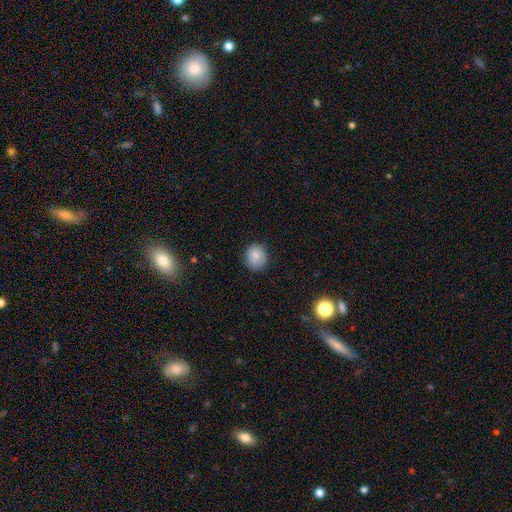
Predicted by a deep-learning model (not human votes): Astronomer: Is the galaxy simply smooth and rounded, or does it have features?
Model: smooth — 81%.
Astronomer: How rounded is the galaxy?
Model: round — 81%.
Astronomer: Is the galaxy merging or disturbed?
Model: none — 83%.